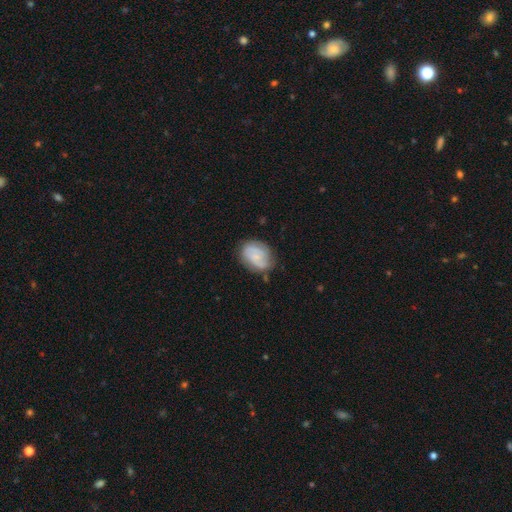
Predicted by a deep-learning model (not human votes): Morphology: type=featured or disk (58%); edge-on=no (98%); bar=no (59%); spiral arms=yes (89%); winding=tight (46%); arm count=2 (56%); bulge=small (56%); merging=none (72%).